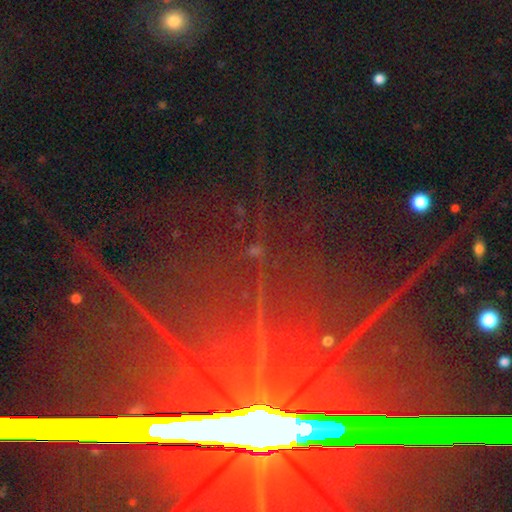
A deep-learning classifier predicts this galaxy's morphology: smooth-or-featured: star or artifact: 82% | featured or disk: 12% | smooth: 6%